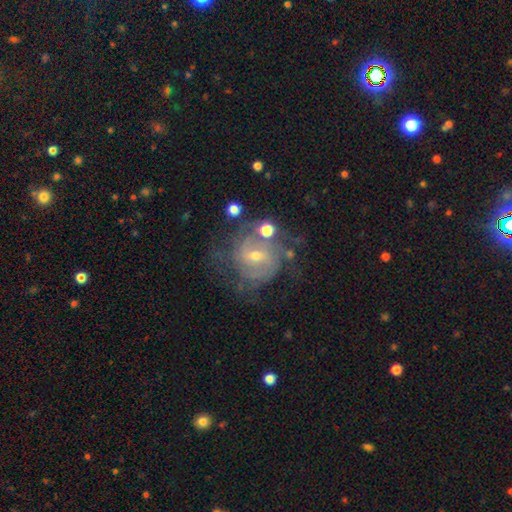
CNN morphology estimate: A featured or disk galaxy (79%) with a weak bar (53%), tight (50%) spiral arms (87%) and a small central bulge (56%).

Vote fractions:
- Smooth or featured? featured or disk: 79% / smooth: 12% / star or artifact: 9%
- Edge-on disk? no: 97% / yes: 3%
- Bar? weak: 53% / no: 29% / strong: 18%
- Spiral arms? yes: 87% / no: 13%
- Spiral winding? tight: 50% / medium: 37% / loose: 13%
- Spiral arm count? can't tell: 40% / 2: 30% / 3: 16% / 4: 6% / 1: 4% / more than 4: 4%
- Bulge size? small: 56% / moderate: 40% / large: 1% / none: 1% / dominant: 1%
- Merging? none: 56% / minor disturbance: 20% / major disturbance: 16% / merger: 8%